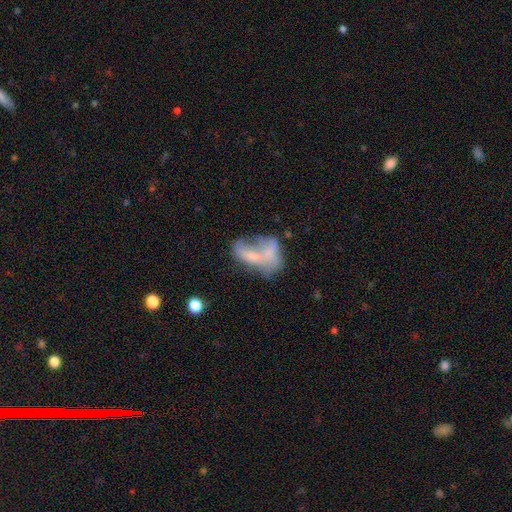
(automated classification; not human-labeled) Smooth or featured? featured or disk (45%)
Merging? merger (37%)